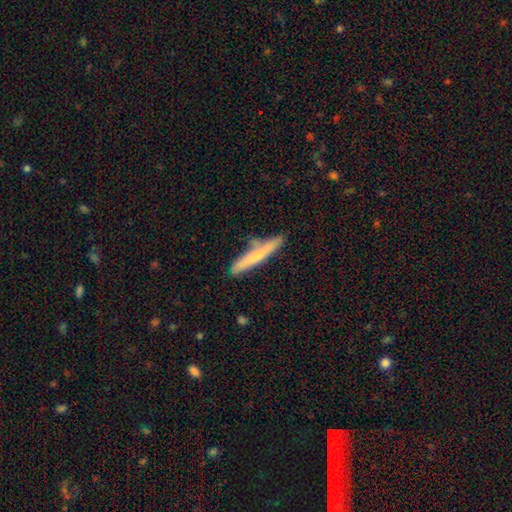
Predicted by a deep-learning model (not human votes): The model was most divided on "smooth or featured": smooth: 58%, featured or disk: 36%, star or artifact: 6%. More confident: how rounded — cigar-shaped (94%); merging — none (73%).